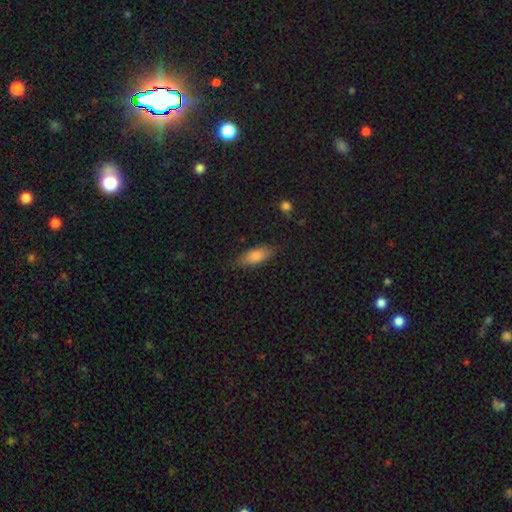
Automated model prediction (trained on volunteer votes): Smooth or featured? smooth (77%)
How rounded? in between (69%)
Merging? none (80%)